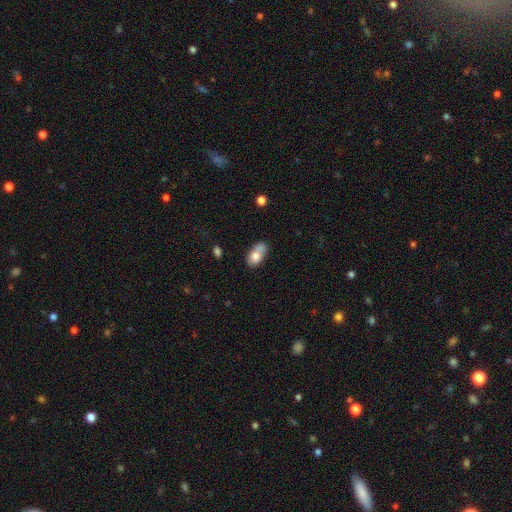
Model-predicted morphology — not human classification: smooth-or-featured: smooth: 75% | featured or disk: 17% | star or artifact: 8%
  how-rounded: in between: 89% | round: 8% | cigar-shaped: 3%
  merging: none: 42% | minor disturbance: 26% | merger: 22% | major disturbance: 9%